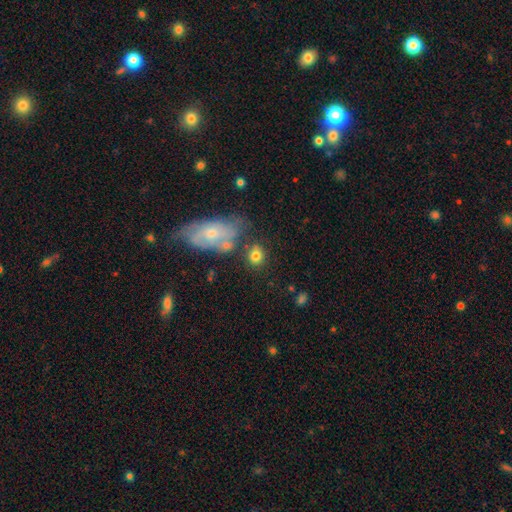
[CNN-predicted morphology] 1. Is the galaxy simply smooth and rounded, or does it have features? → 78% smooth, 14% featured or disk, 9% star or artifact.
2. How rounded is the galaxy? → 67% round, 31% in between, 2% cigar-shaped.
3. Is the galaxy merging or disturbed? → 67% none, 14% minor disturbance, 13% merger, 6% major disturbance.